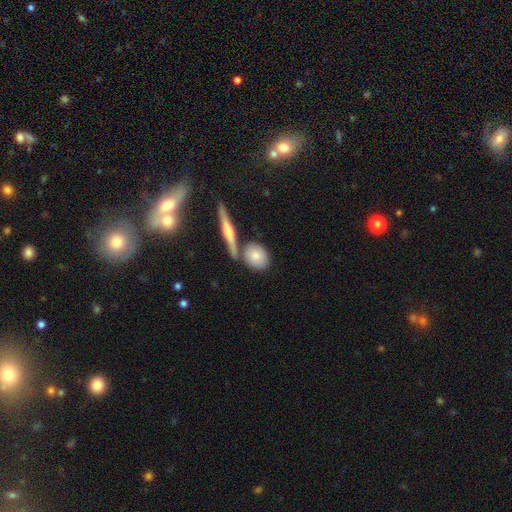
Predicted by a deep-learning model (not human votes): The model was most divided on "how rounded": round: 51%, in between: 42%, cigar-shaped: 7%. More confident: smooth or featured — smooth (79%); merging — none (66%).